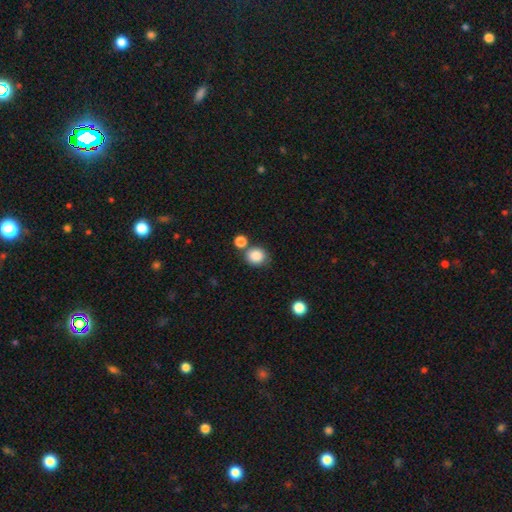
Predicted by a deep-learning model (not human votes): smooth_or_featured: smooth (p=0.86) [alt: star or artifact p=0.10]
how_rounded: round (p=0.78) [alt: in between p=0.21]
merging: none (p=0.69) [alt: merger p=0.17]